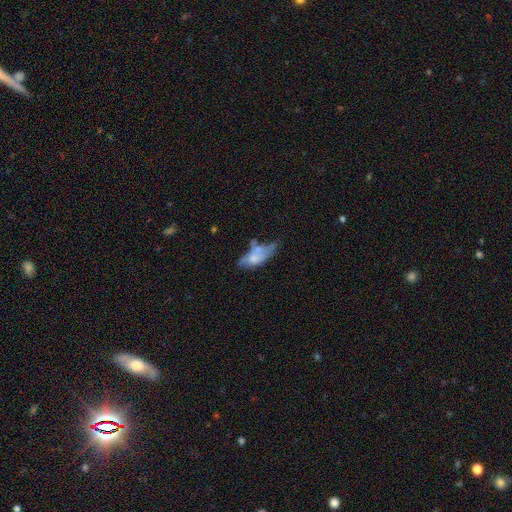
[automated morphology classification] type=smooth (53%); roundness=in between (81%); merging=merger (31%).